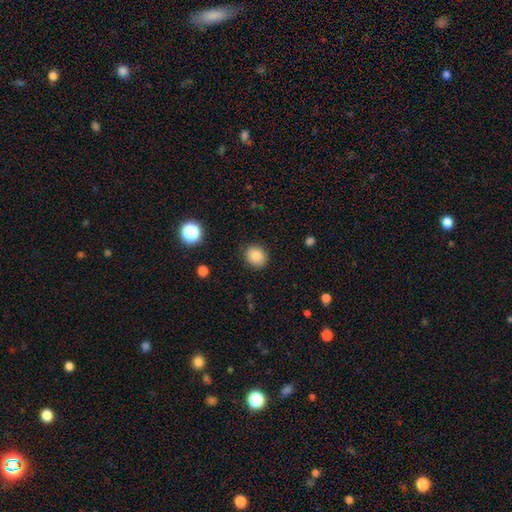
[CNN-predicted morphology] smooth_or_featured: smooth (p=0.83) [alt: star or artifact p=0.10]
how_rounded: round (p=0.62) [alt: in between p=0.37]
merging: none (p=0.87) [alt: minor disturbance p=0.10]